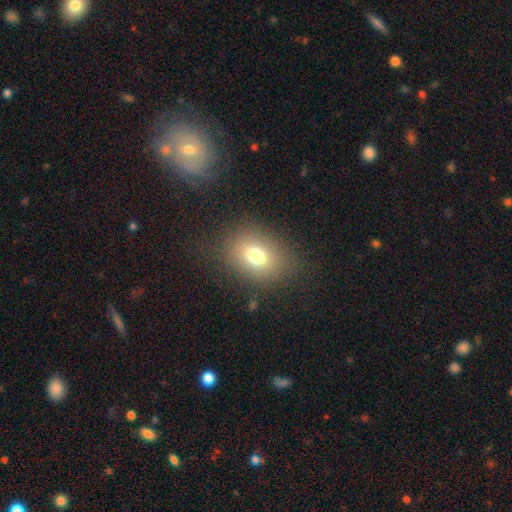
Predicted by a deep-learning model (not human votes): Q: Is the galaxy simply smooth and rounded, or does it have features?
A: smooth — 74%.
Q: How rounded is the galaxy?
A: in between — 65%.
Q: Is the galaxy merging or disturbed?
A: none — 80%.